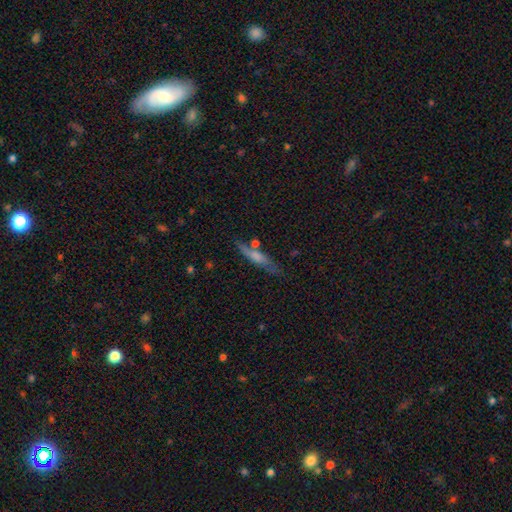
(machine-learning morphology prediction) Smooth or featured: featured or disk — 50% (smooth — 42%)
Merging: none — 70% (minor disturbance — 17%)